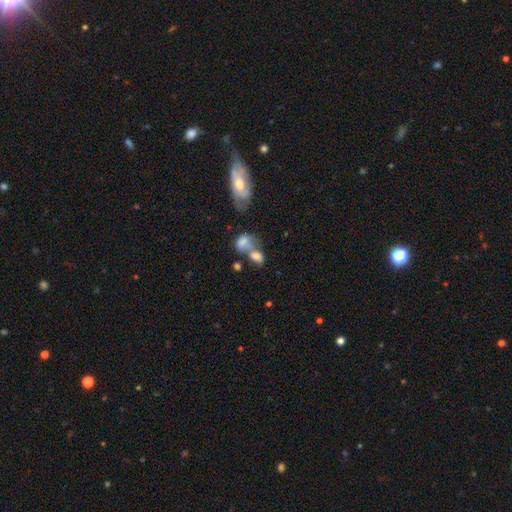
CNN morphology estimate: smooth-or-featured: smooth: 68% | featured or disk: 20% | star or artifact: 12%
  how-rounded: in between: 78% | round: 20% | cigar-shaped: 2%
  merging: merger: 59% | none: 21% | minor disturbance: 11% | major disturbance: 10%